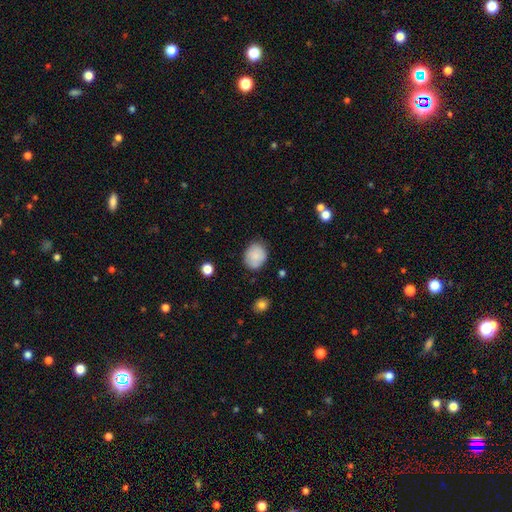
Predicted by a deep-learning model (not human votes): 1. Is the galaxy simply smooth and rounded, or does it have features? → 85% smooth, 8% star or artifact, 7% featured or disk.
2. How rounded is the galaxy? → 56% round, 43% in between, 1% cigar-shaped.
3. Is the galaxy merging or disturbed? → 78% none, 16% minor disturbance, 4% major disturbance, 2% merger.